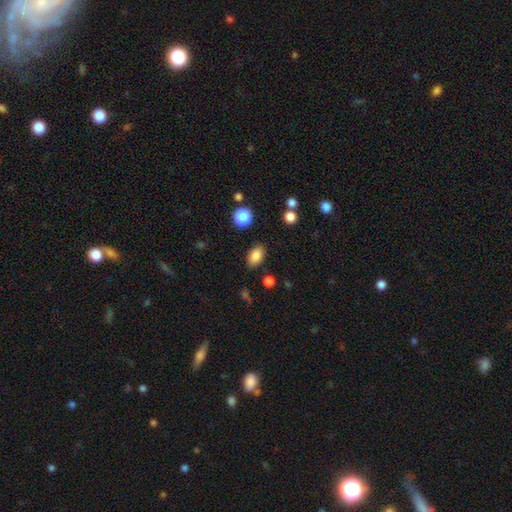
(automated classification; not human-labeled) Smooth or featured: smooth — 85% (star or artifact — 9%)
How rounded: in between — 87% (round — 11%)
Merging: none — 85% (minor disturbance — 10%)